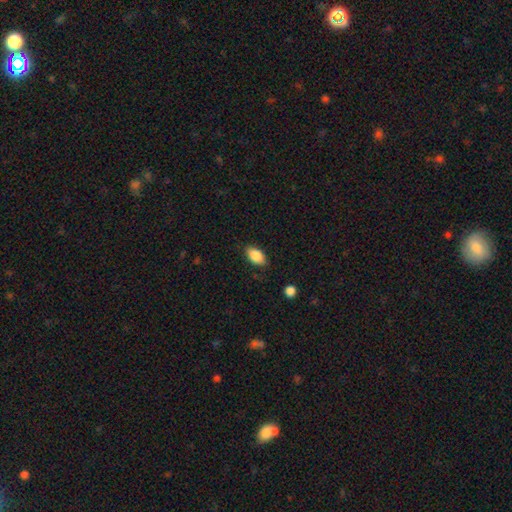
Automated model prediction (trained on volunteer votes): smooth 87%, star or artifact 7%, featured or disk 6%. Down the decision tree: how rounded — in between (91%); merging — none (84%).